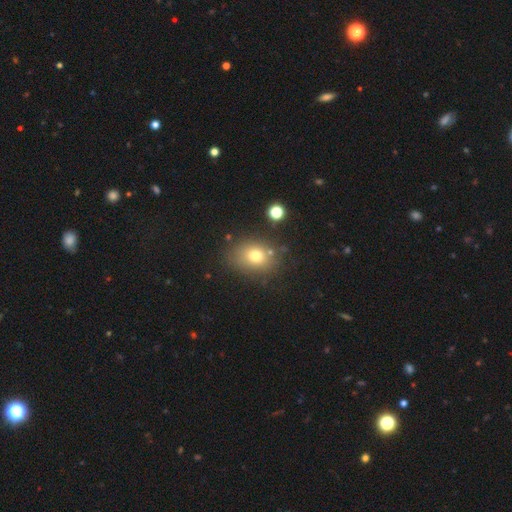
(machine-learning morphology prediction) A smooth galaxy with no disk features (73%) that is in between round and cigar-shaped (56%). Merging: none (77%).